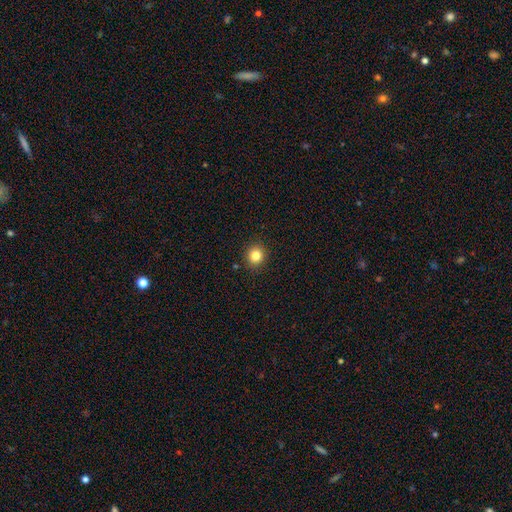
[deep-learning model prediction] Smooth or featured? Predicted: smooth (p=0.82). How rounded? Predicted: round (p=0.88). Merging? Predicted: none (p=0.91).